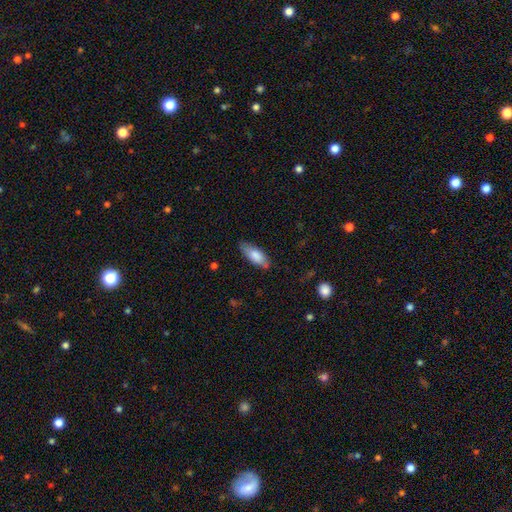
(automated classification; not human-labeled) Smooth or featured?
  - smooth: 77% *
  - featured or disk: 17%
  - star or artifact: 6%
How rounded?
  - in between: 68% *
  - cigar-shaped: 30%
  - round: 2%
Merging?
  - none: 80% *
  - minor disturbance: 16%
  - major disturbance: 3%
  - merger: 1%